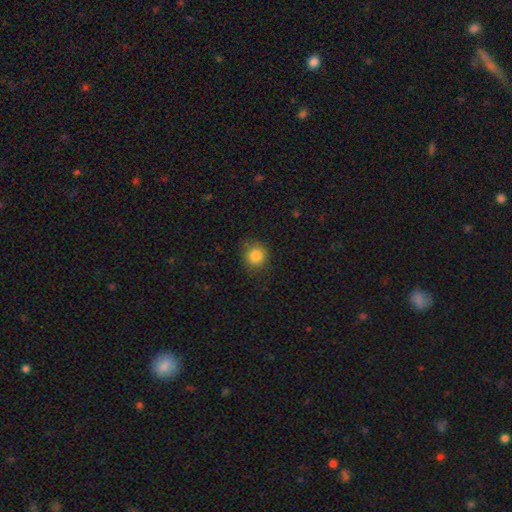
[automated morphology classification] smooth_or_featured: smooth (p=0.85) [alt: star or artifact p=0.10]
how_rounded: round (p=0.87) [alt: in between p=0.12]
merging: none (p=0.82) [alt: minor disturbance p=0.13]